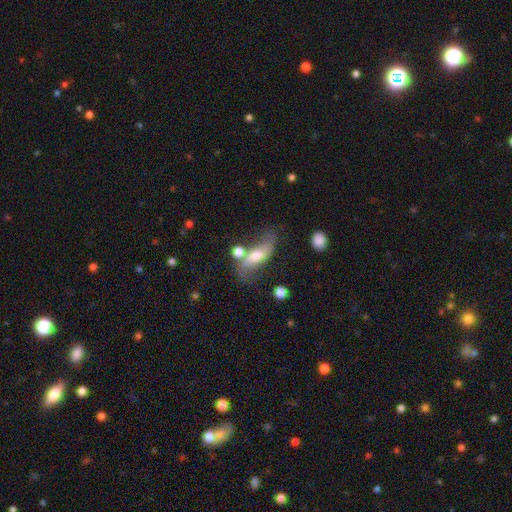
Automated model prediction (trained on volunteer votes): smooth-or-featured: featured or disk: 52% | smooth: 39% | star or artifact: 8%
  disk-edge-on: no: 80% | yes: 20%
  merging: none: 50% | minor disturbance: 21% | merger: 16% | major disturbance: 13%